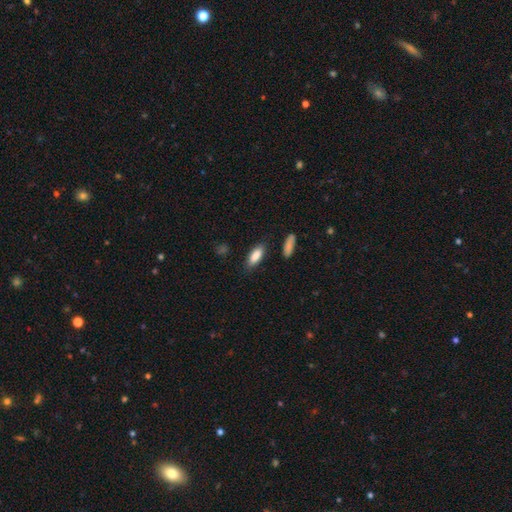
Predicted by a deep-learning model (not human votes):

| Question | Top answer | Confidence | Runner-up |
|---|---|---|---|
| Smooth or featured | smooth | 86% | featured or disk (8%) |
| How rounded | in between | 69% | cigar-shaped (29%) |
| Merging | none | 84% | minor disturbance (11%) |